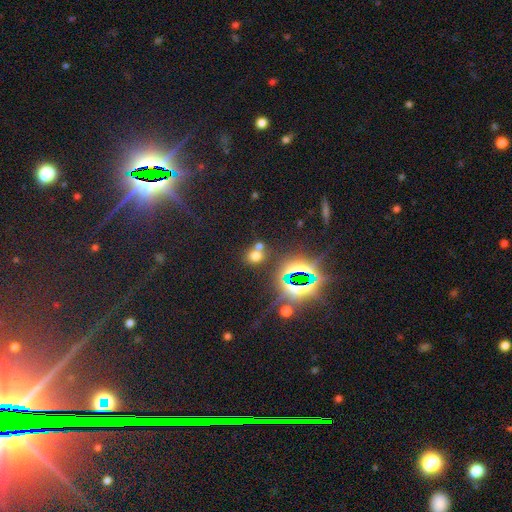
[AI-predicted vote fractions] The model was most divided on "smooth or featured": smooth: 57%, star or artifact: 34%, featured or disk: 10%. More confident: how rounded — round (67%); merging — none (58%).